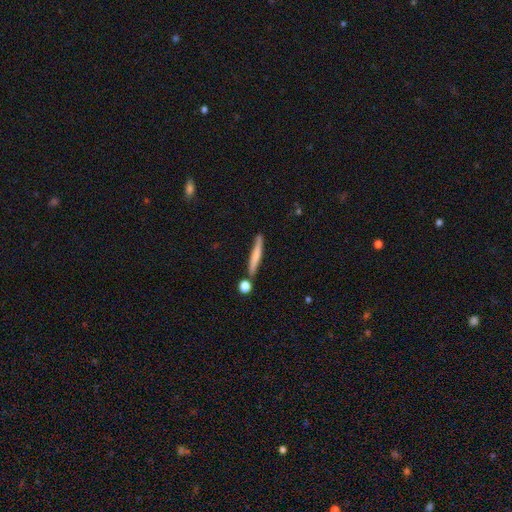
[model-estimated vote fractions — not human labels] A smooth galaxy with no disk features (64%) that is cigar-shaped (94%). Merging: none (78%).